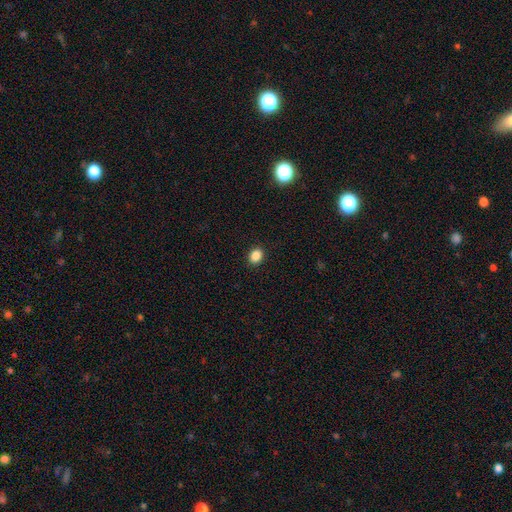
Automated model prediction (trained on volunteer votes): Smooth or featured?
  - smooth: 86% *
  - star or artifact: 10%
  - featured or disk: 3%
How rounded?
  - in between: 50% *
  - round: 49%
  - cigar-shaped: 1%
Merging?
  - none: 91% *
  - minor disturbance: 6%
  - major disturbance: 2%
  - merger: 1%